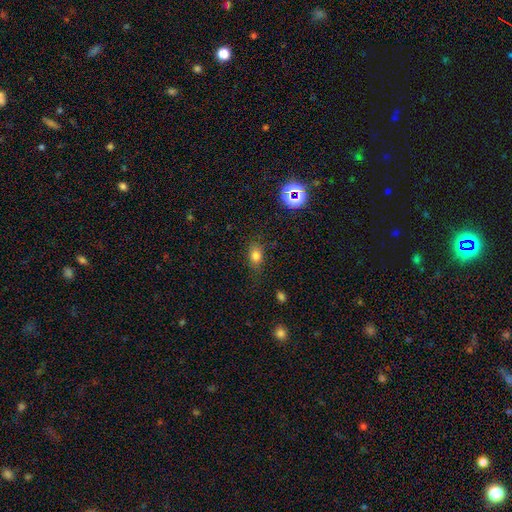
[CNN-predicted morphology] smooth_or_featured: smooth (p=0.78) [alt: star or artifact p=0.14]
how_rounded: in between (p=0.65) [alt: round p=0.32]
merging: none (p=0.74) [alt: minor disturbance p=0.18]